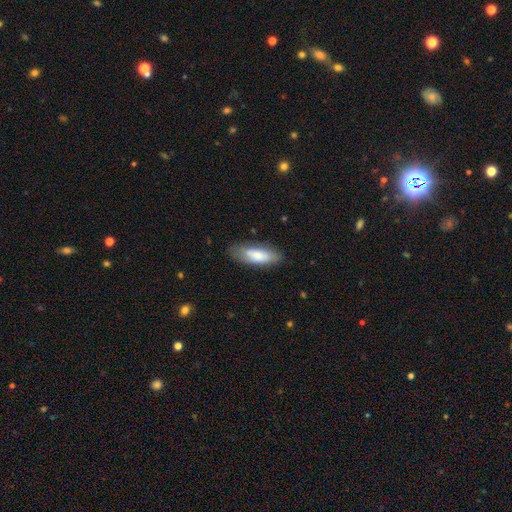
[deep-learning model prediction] smooth 75%, featured or disk 19%, star or artifact 6%. Down the decision tree: how rounded — in between (66%); merging — none (79%).